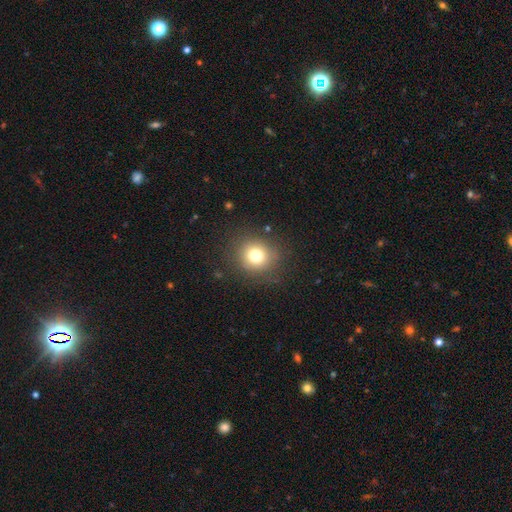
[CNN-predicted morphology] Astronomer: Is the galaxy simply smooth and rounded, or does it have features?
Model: smooth — 76%.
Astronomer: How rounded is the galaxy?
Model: round — 86%.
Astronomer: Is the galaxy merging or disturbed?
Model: none — 84%.